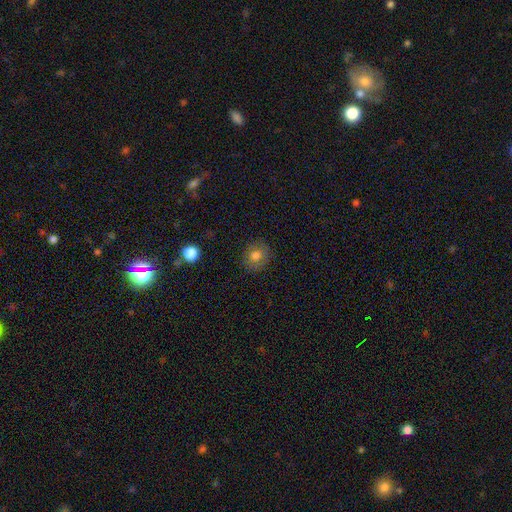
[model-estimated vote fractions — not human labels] This appears to be a smooth galaxy with no disk features (77%) that is round (78%). Merging: none (86%).